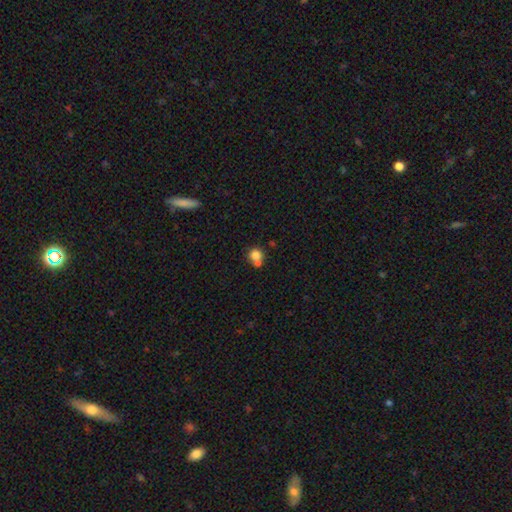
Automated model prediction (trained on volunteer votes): A smooth galaxy with no disk features (78%) that is round (85%).

Vote fractions:
- Smooth or featured? smooth: 78% / star or artifact: 11% / featured or disk: 11%
- How rounded? round: 85% / in between: 14% / cigar-shaped: 1%
- Merging? merger: 44% (tied) / none: 44% (tied) / minor disturbance: 8% / major disturbance: 4%